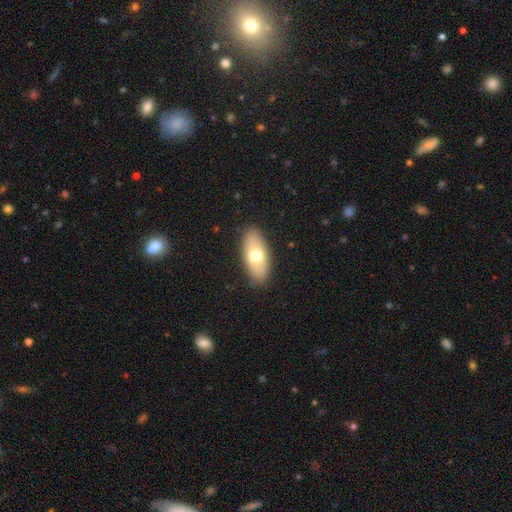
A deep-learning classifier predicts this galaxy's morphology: The model was most divided on "smooth or featured": smooth: 67%, featured or disk: 27%, star or artifact: 7%. More confident: how rounded — in between (87%); merging — none (87%).